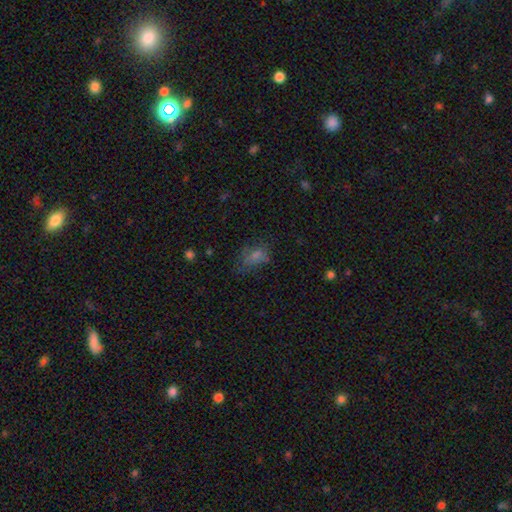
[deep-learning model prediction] smooth_or_featured: smooth (p=0.57) [alt: star or artifact p=0.24]
how_rounded: in between (p=0.78) [alt: round p=0.18]
merging: none (p=0.53) [alt: minor disturbance p=0.25]